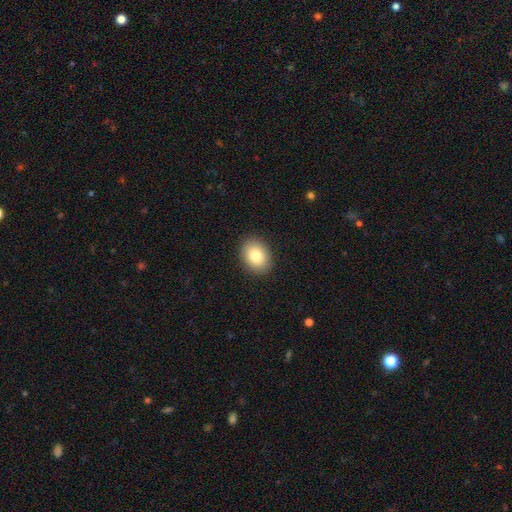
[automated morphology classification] A smooth galaxy with no disk features (83%) that is in between round and cigar-shaped (61%).

Vote fractions:
- Smooth or featured? smooth: 83% / featured or disk: 9% / star or artifact: 8%
- How rounded? in between: 61% / round: 38% / cigar-shaped: 1%
- Merging? none: 90% / minor disturbance: 7% / major disturbance: 2% / merger: 1%